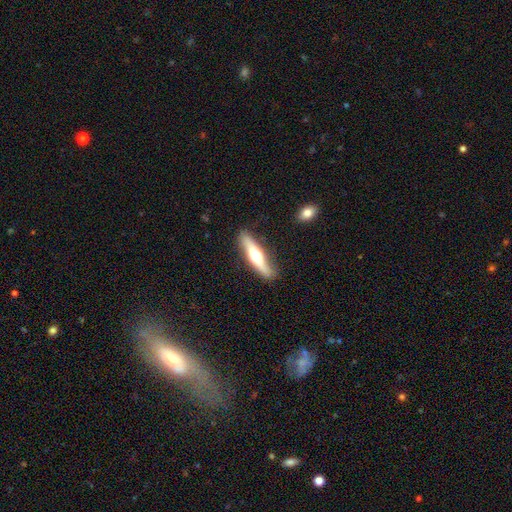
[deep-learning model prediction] This appears to be a featured or disk galaxy (56%) viewed edge-on (86%). Merging: none (85%).